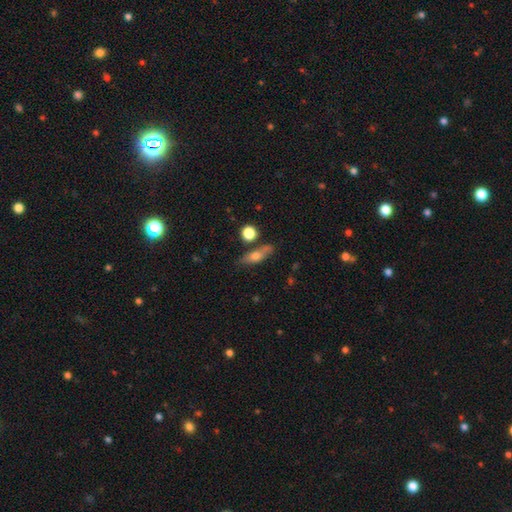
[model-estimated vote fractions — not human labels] smooth 59%, featured or disk 32%, star or artifact 9%. Down the decision tree: how rounded — cigar-shaped (50%); merging — none (67%).